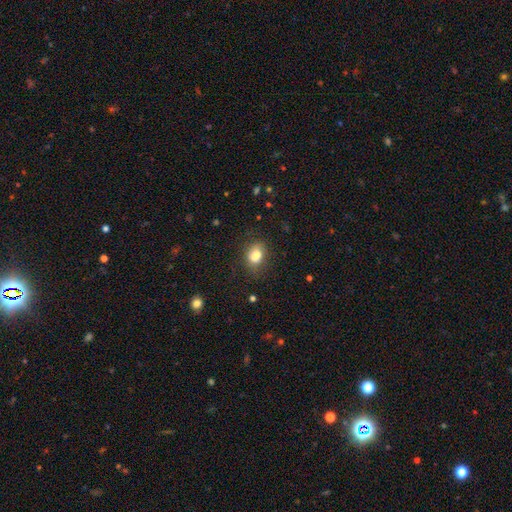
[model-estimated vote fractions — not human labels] Smooth or featured: smooth — 80% (star or artifact — 11%)
How rounded: in between — 67% (round — 32%)
Merging: none — 64% (minor disturbance — 22%)